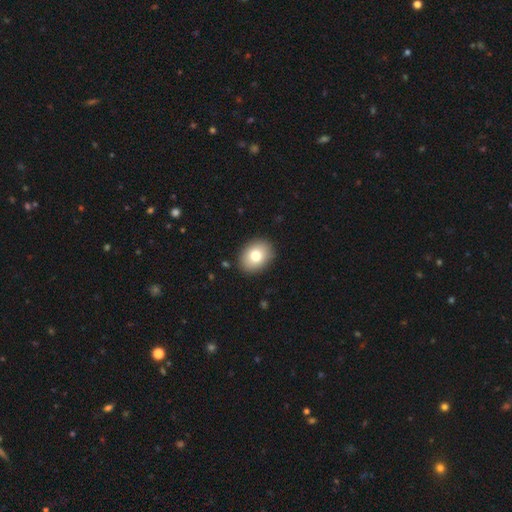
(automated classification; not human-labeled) Smooth or featured? smooth (79%)
How rounded? in between (66%)
Merging? none (89%)